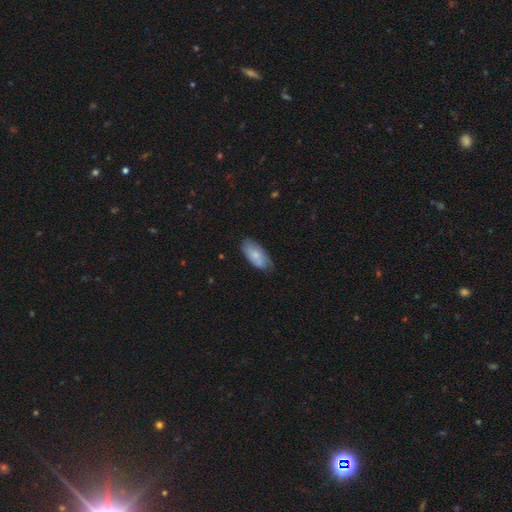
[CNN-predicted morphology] Q: Smooth or featured?
A: smooth (70%); runner-up: featured or disk (24%)
Q: How rounded?
A: in between (91%); runner-up: cigar-shaped (7%)
Q: Merging?
A: none (67%); runner-up: minor disturbance (27%)